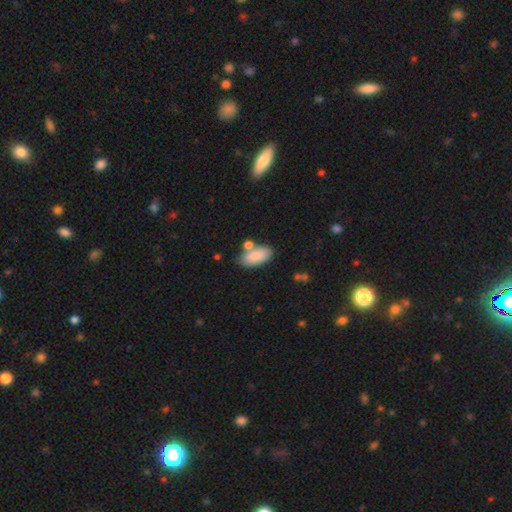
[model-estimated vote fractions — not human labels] The model was most divided on "merging": none: 63%, merger: 19%, minor disturbance: 14%, major disturbance: 4%. More confident: how rounded — in between (91%); smooth or featured — smooth (85%).